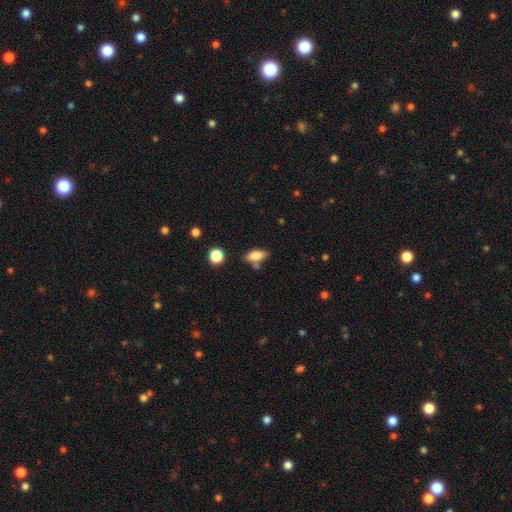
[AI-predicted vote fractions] Q: Smooth or featured?
A: smooth (81%); runner-up: featured or disk (10%)
Q: How rounded?
A: in between (85%); runner-up: cigar-shaped (10%)
Q: Merging?
A: none (65%); runner-up: minor disturbance (19%)